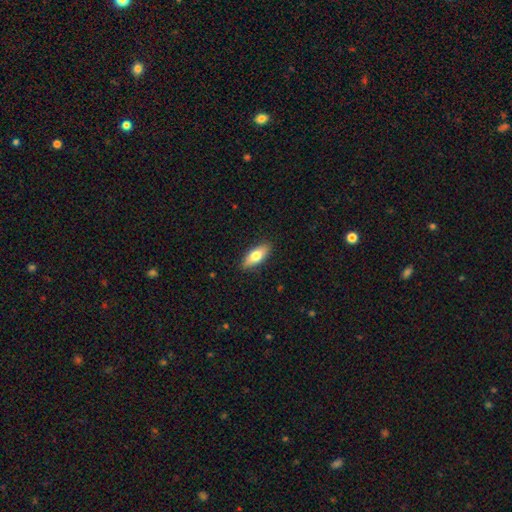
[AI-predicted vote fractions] Smooth or featured? smooth (73%)
How rounded? in between (76%)
Merging? none (89%)